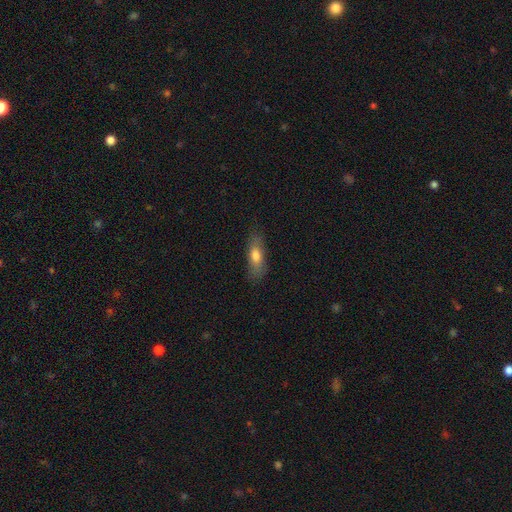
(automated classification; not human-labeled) smooth_or_featured: smooth (p=0.71) [alt: featured or disk p=0.22]
how_rounded: in between (p=0.56) [alt: cigar-shaped p=0.40]
merging: none (p=0.79) [alt: minor disturbance p=0.16]